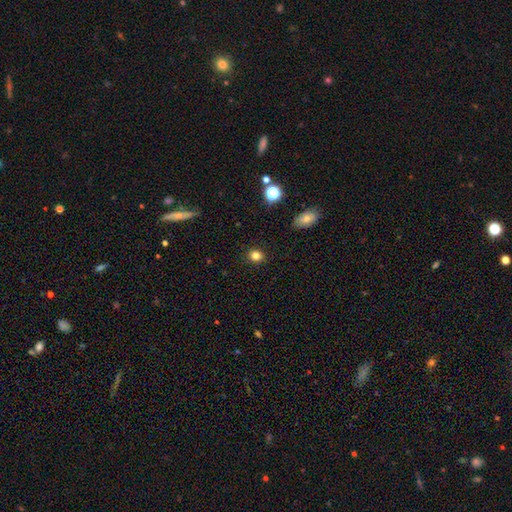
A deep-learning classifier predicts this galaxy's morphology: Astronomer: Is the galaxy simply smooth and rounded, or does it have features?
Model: smooth — 81%.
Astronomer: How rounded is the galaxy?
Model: round — 75%.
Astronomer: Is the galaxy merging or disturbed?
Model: none — 90%.